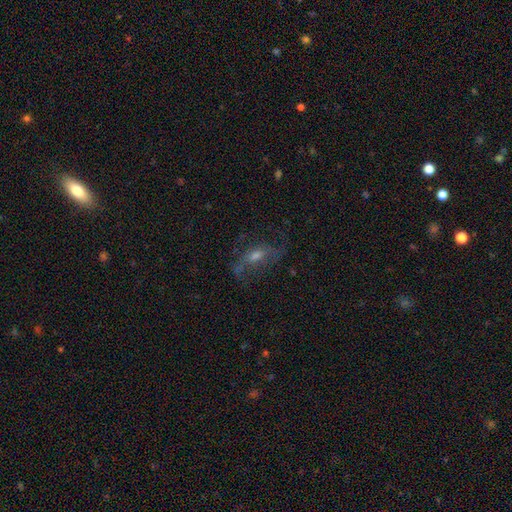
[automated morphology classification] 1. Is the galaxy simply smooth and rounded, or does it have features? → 58% featured or disk, 25% smooth, 16% star or artifact.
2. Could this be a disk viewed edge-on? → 85% no, 15% yes.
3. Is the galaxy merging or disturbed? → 55% none, 23% major disturbance, 20% minor disturbance, 2% merger.